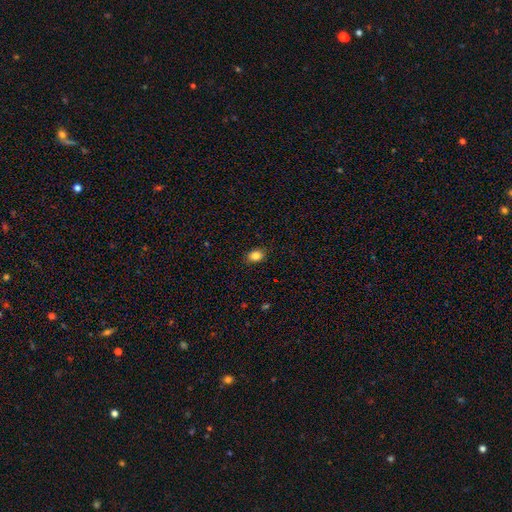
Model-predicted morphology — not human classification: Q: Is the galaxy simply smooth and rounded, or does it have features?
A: smooth — 85%.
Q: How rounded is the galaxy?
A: in between — 66%.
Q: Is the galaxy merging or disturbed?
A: none — 88%.